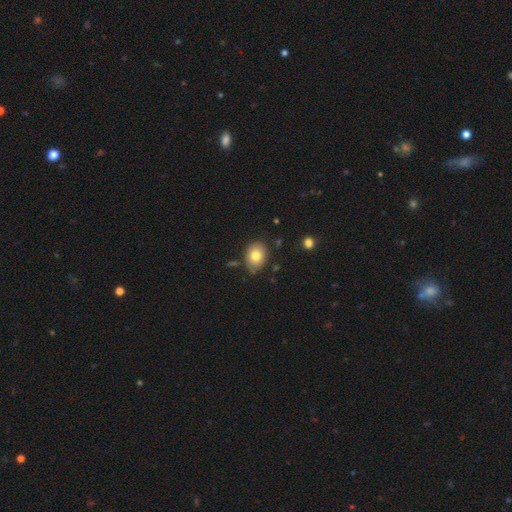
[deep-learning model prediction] Morphology: type=smooth (79%); roundness=in between (71%); merging=none (76%).